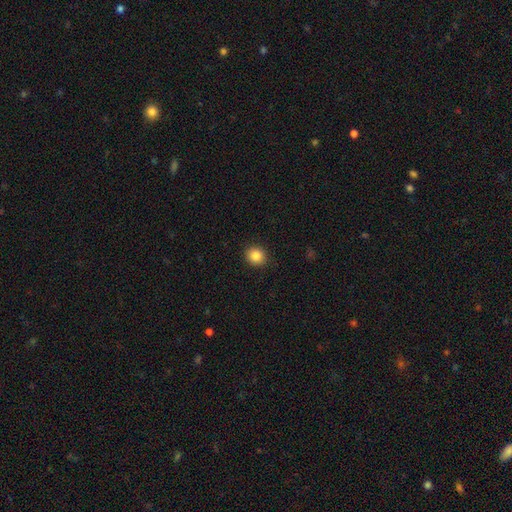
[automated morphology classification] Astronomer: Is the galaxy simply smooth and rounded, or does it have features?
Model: smooth — 86%.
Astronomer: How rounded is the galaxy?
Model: round — 83%.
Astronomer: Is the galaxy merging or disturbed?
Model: none — 91%.